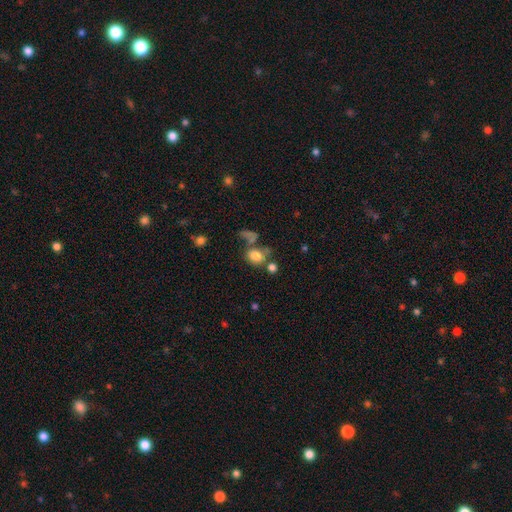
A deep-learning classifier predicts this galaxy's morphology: Q: Smooth or featured?
A: smooth (79%); runner-up: star or artifact (12%)
Q: How rounded?
A: round (52%); runner-up: in between (46%)
Q: Merging?
A: none (43%); runner-up: merger (29%)